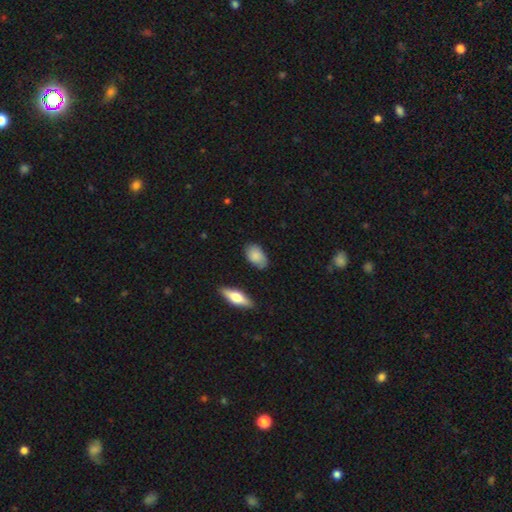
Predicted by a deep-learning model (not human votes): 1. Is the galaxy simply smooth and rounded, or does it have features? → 80% smooth, 13% featured or disk, 7% star or artifact.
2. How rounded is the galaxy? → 89% in between, 8% round, 3% cigar-shaped.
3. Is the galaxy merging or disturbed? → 71% none, 23% minor disturbance, 4% major disturbance, 2% merger.